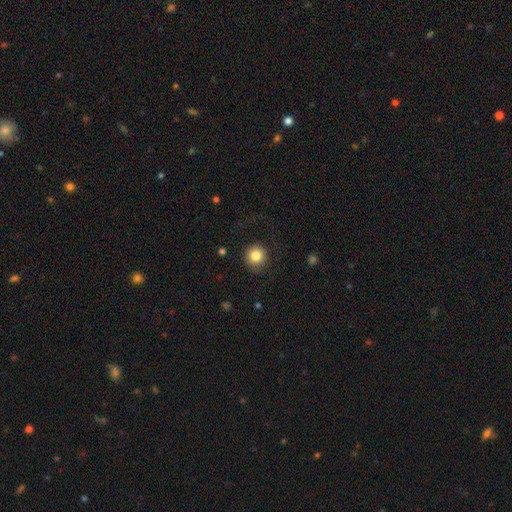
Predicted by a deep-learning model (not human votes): smooth_or_featured: smooth (p=0.83) [alt: star or artifact p=0.10]
how_rounded: round (p=0.93) [alt: in between p=0.06]
merging: none (p=0.89) [alt: minor disturbance p=0.07]